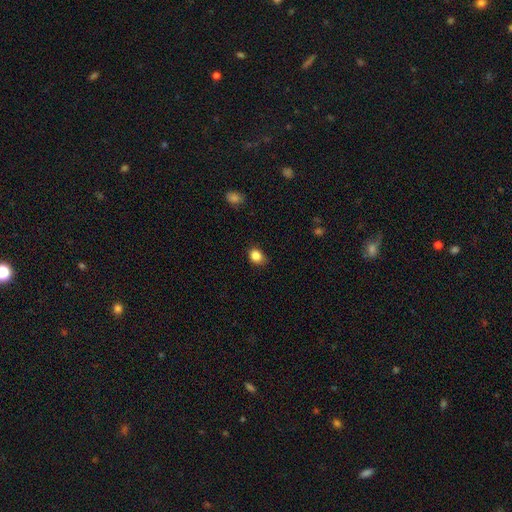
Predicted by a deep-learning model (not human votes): Smooth or featured? smooth (85%)
How rounded? in between (51%)
Merging? none (76%)